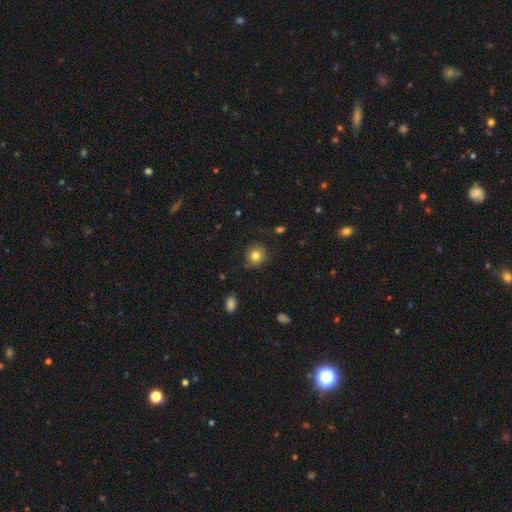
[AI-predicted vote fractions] Q: Smooth or featured?
A: smooth (81%); runner-up: star or artifact (11%)
Q: How rounded?
A: round (91%); runner-up: in between (8%)
Q: Merging?
A: none (85%); runner-up: minor disturbance (11%)